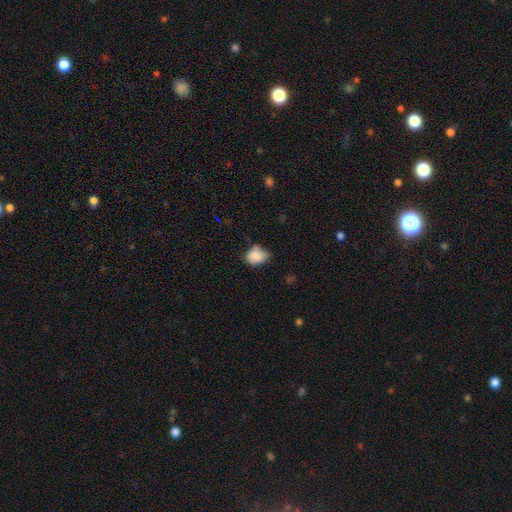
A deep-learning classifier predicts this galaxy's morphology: A smooth galaxy with no disk features (85%) that is in between round and cigar-shaped (56%). Merging: none (49%).